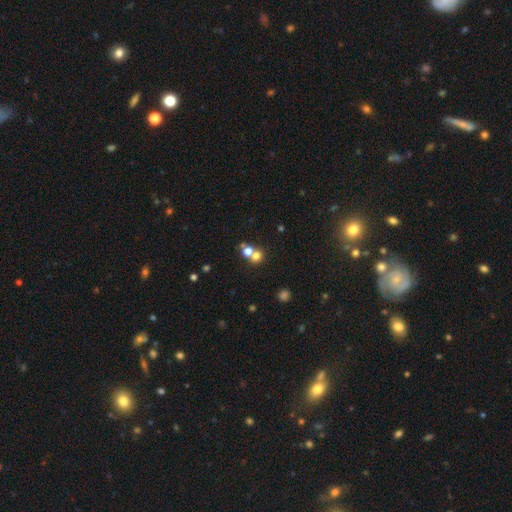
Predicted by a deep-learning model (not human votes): The model was most divided on "merging": merger: 54%, none: 37%, minor disturbance: 6%, major disturbance: 3%. More confident: how rounded — round (80%); smooth or featured — smooth (70%).